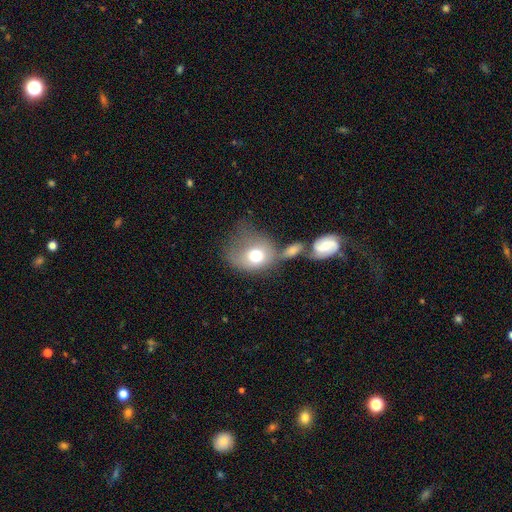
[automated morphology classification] Smooth or featured?
  - smooth: 67% *
  - featured or disk: 25%
  - star or artifact: 8%
How rounded?
  - round: 53% *
  - in between: 46%
  - cigar-shaped: 1%
Merging?
  - merger: 32% *
  - major disturbance: 26%
  - none: 24%
  - minor disturbance: 18%